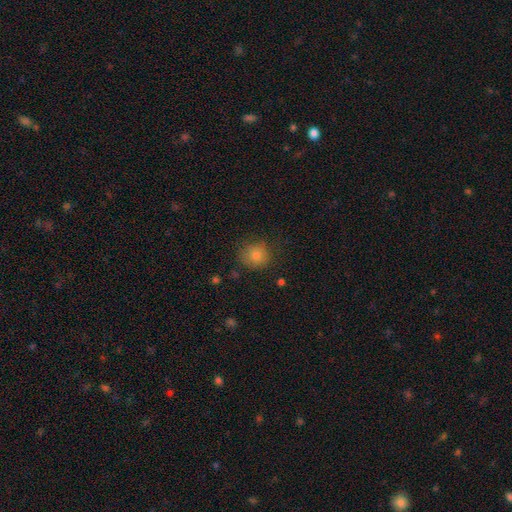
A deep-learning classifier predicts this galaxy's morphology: This appears to be a smooth galaxy with no disk features (77%) that is round (87%). Merging: none (81%).